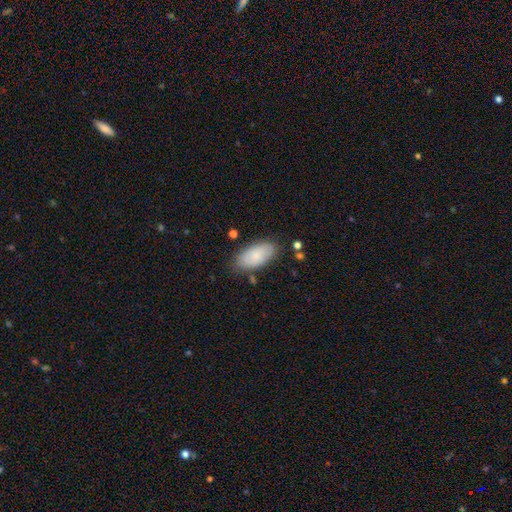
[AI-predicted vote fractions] The model was most divided on "merging": none: 80%, minor disturbance: 15%, major disturbance: 3%, merger: 2%. More confident: how rounded — in between (93%); smooth or featured — smooth (84%).